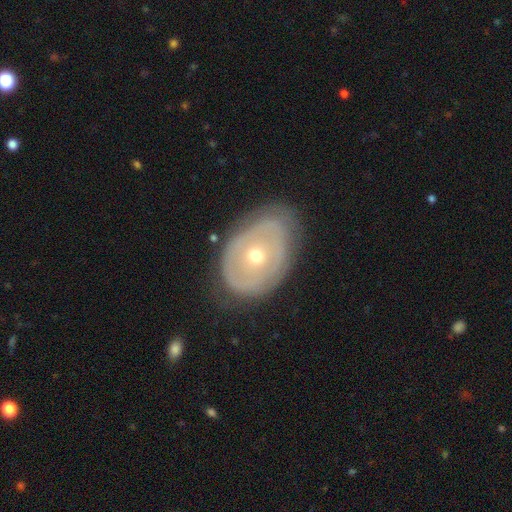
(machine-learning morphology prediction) A featured or disk galaxy (61%) with no bar (88%), no spiral arms (69%) and a moderate central bulge (57%).

Vote fractions:
- Smooth or featured? featured or disk: 61% / smooth: 32% / star or artifact: 6%
- Edge-on disk? no: 93% / yes: 7%
- Bar? no: 88% / weak: 9% / strong: 3%
- Spiral arms? no: 69% / yes: 31%
- Bulge size? moderate: 57% / small: 39% / large: 2% / dominant: 1% / none: 1%
- Merging? none: 69% / minor disturbance: 22% / major disturbance: 7% / merger: 1%